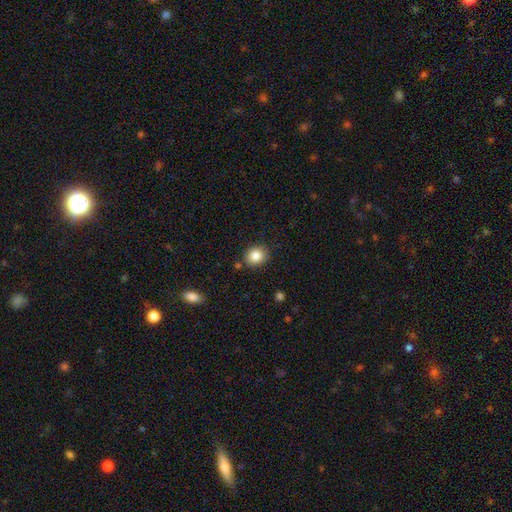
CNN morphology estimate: This appears to be a smooth galaxy with no disk features (84%) that is round (72%). Merging: none (85%).